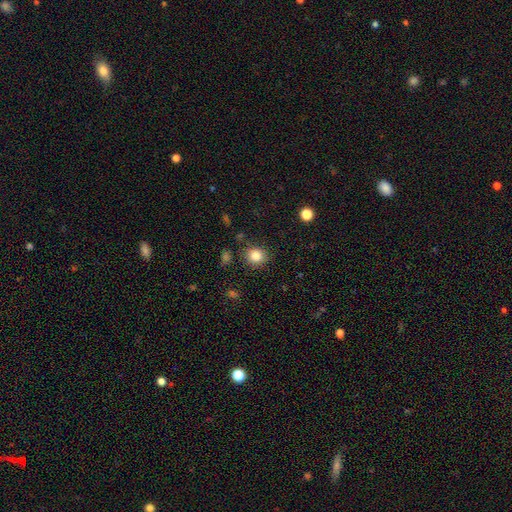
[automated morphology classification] This is clearly a smooth galaxy (83%). How rounded: clearly round (82%). Merging: clearly none (87%).